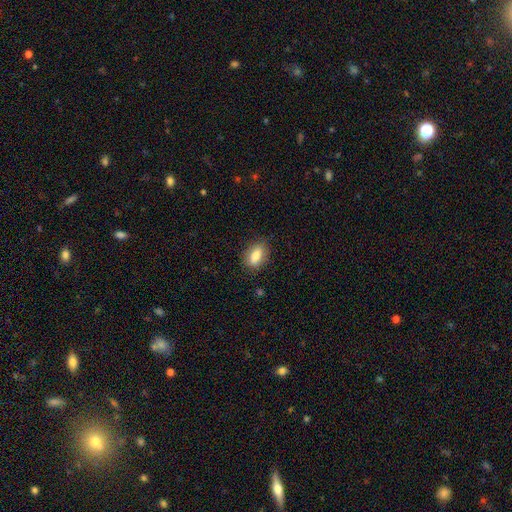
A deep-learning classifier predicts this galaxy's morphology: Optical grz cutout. It shows a smooth galaxy with no disk features (80%) that is in between round and cigar-shaped (85%). Merging: none (82%).